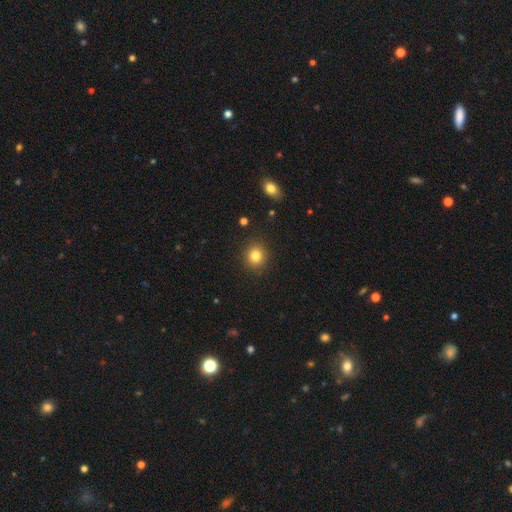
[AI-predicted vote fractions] smooth 82%, star or artifact 11%, featured or disk 6%. Down the decision tree: how rounded — round (84%); merging — none (90%).